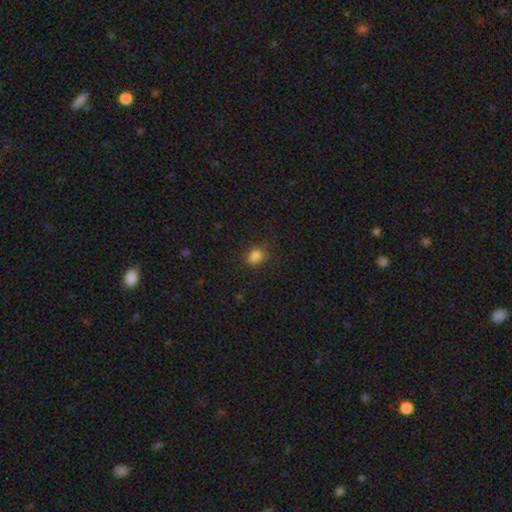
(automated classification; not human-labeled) This appears to be a smooth galaxy with no disk features (80%) that is in between round and cigar-shaped (59%). Merging: none (69%).